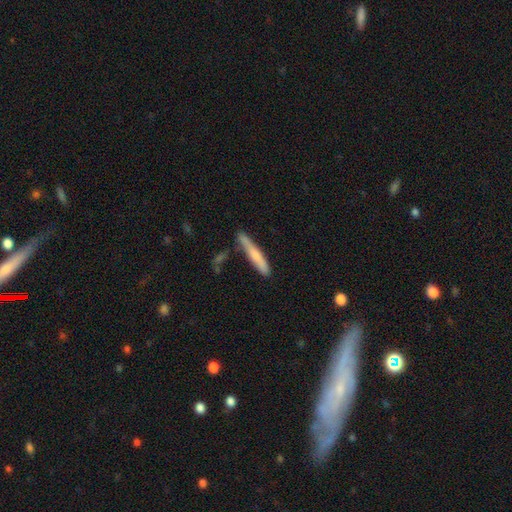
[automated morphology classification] Q: Smooth or featured?
A: smooth (63%); runner-up: featured or disk (31%)
Q: How rounded?
A: cigar-shaped (92%); runner-up: in between (6%)
Q: Merging?
A: none (67%); runner-up: minor disturbance (20%)